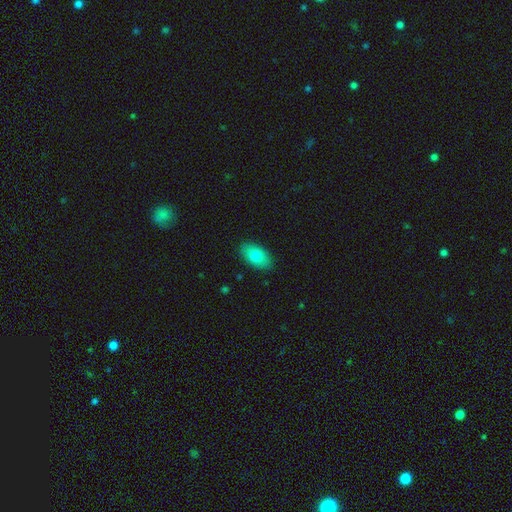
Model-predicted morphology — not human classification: smooth-or-featured: smooth: 78% | featured or disk: 15% | star or artifact: 7%
  how-rounded: in between: 92% | round: 6% | cigar-shaped: 2%
  merging: none: 88% | minor disturbance: 9% | major disturbance: 2% | merger: 1%